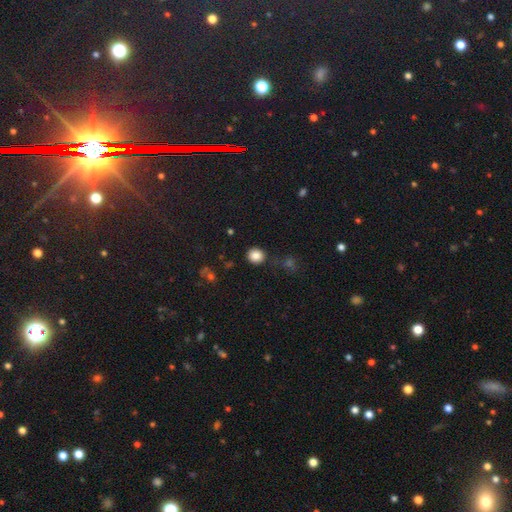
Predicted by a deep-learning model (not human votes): The model was most divided on "smooth or featured": smooth: 85%, star or artifact: 11%, featured or disk: 4%. More confident: how rounded — round (88%); merging — none (85%).